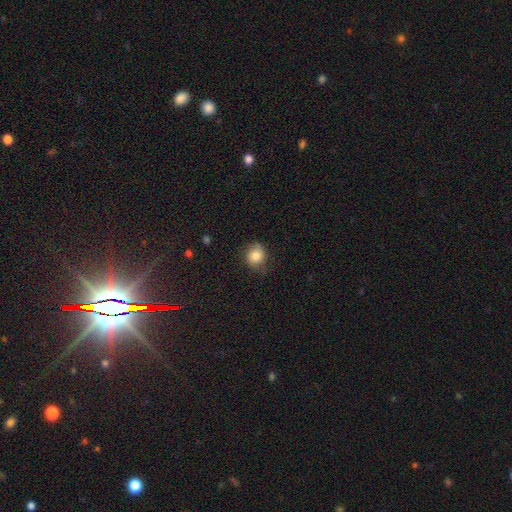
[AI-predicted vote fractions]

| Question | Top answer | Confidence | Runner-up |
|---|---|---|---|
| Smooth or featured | smooth | 81% | star or artifact (9%) |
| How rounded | round | 81% | in between (18%) |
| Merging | none | 71% | minor disturbance (22%) |